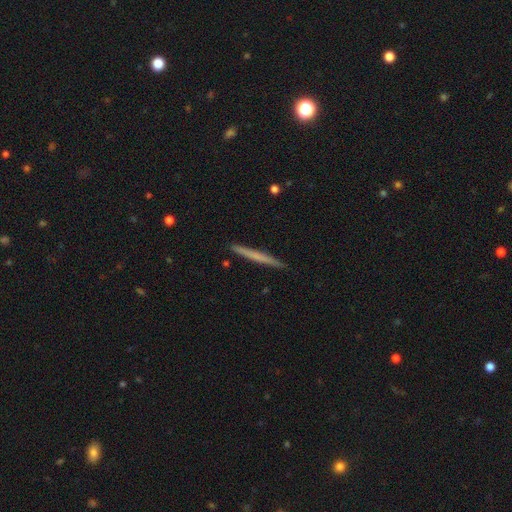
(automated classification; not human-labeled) Smooth or featured? smooth (53%)
How rounded? cigar-shaped (97%)
Merging? none (91%)